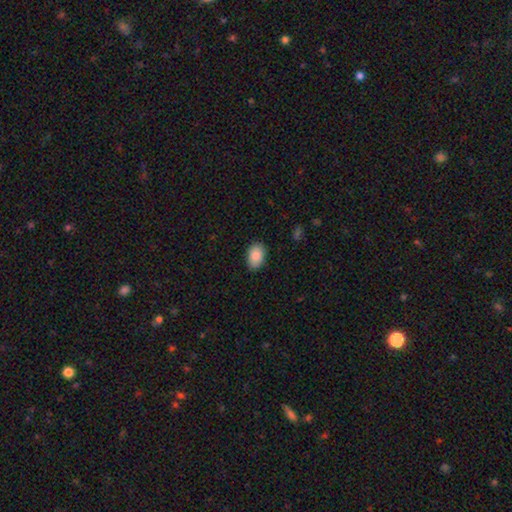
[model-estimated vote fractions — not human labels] A smooth galaxy with no disk features (88%) that is in between round and cigar-shaped (89%). Merging: none (86%).